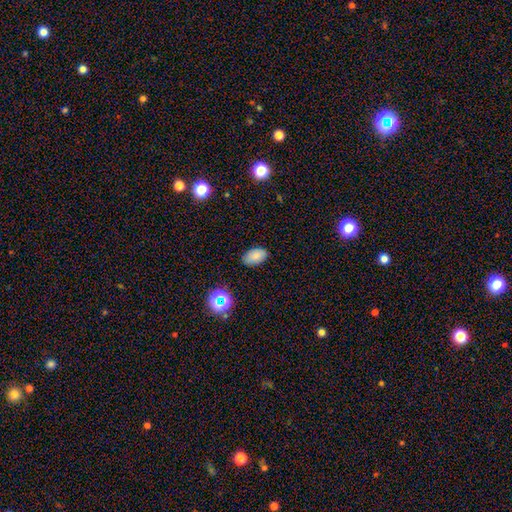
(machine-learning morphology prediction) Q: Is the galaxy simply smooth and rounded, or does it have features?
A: smooth — 80%.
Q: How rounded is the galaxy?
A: in between — 92%.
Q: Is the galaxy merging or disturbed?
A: none — 85%.